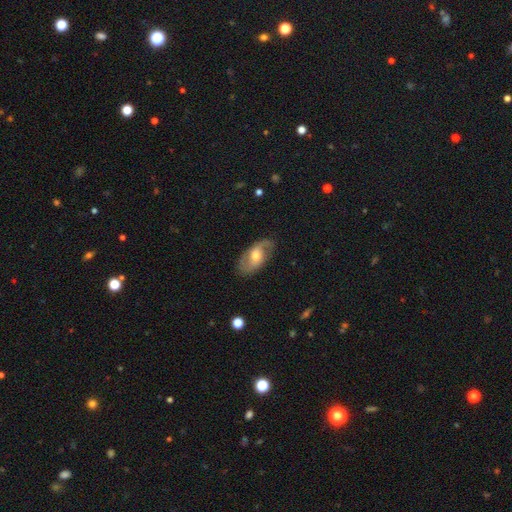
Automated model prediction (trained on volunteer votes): Overall: featured or disk (65%; smooth 29%). Edge-on disk: no (93%). Bar: no (54%; weak 37%). Spiral arms: yes (84%). Spiral arm count: 2 (79%). Spiral winding: medium (42%; loose 41%). Bulge size: moderate (67%). Merging: none (74%).